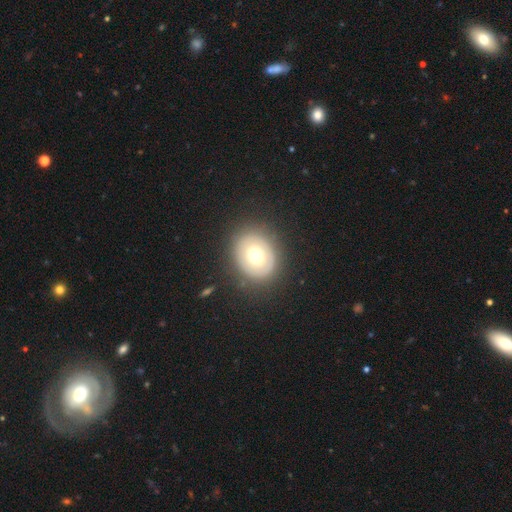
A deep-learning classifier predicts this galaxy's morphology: Q: Smooth or featured?
A: smooth (50%); runner-up: featured or disk (42%)
Q: How rounded?
A: round (58%); runner-up: in between (41%)
Q: Merging?
A: none (83%); runner-up: minor disturbance (11%)